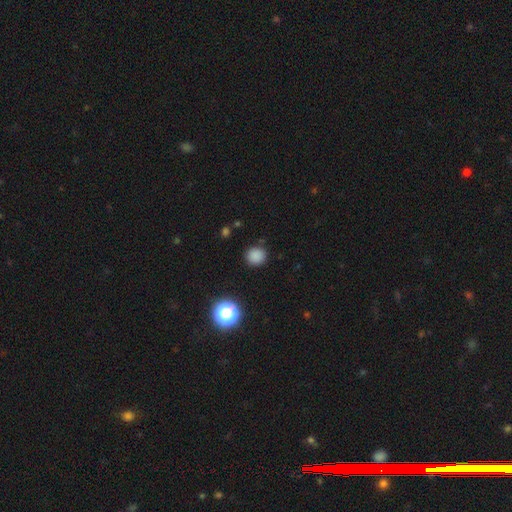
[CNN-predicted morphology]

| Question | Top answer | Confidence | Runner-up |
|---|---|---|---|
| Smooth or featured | smooth | 82% | star or artifact (14%) |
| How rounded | round | 88% | in between (11%) |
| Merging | none | 88% | minor disturbance (8%) |